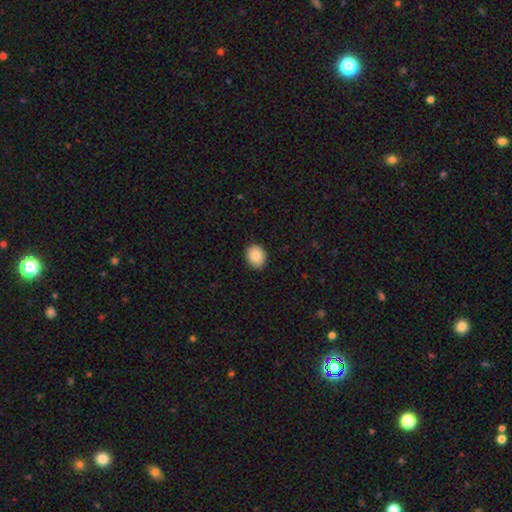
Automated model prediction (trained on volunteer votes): Overall: smooth (87%). How rounded: round (51%; in between 48%). Merging: none (91%).